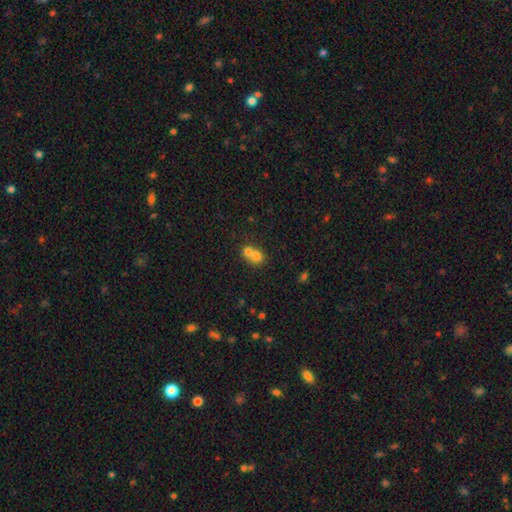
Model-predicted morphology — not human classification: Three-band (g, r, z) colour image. It shows a smooth galaxy with no disk features (71%) that is round (67%). Merging: merger (68%).